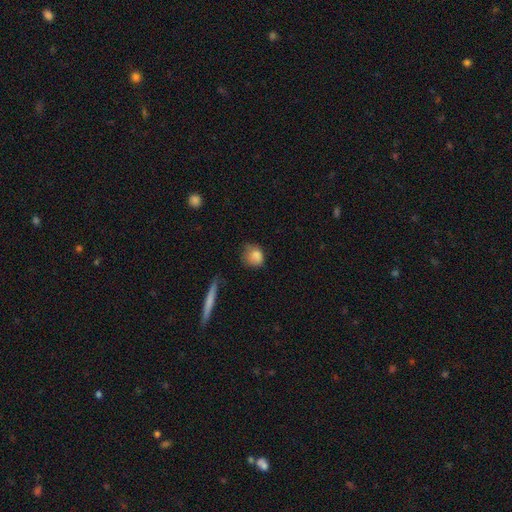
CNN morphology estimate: type=smooth (82%); roundness=round (64%); merging=none (48%).